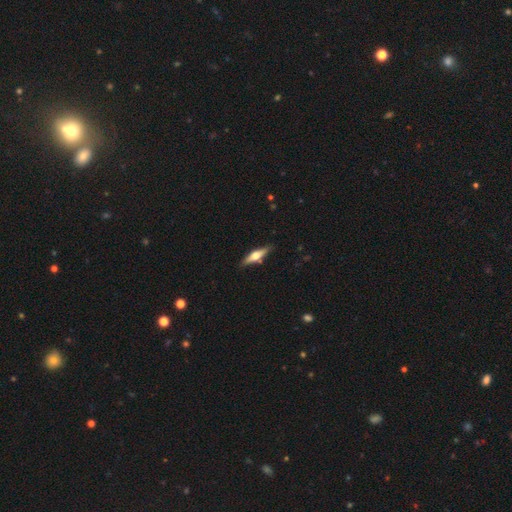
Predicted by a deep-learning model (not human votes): Overall: featured or disk (59%; smooth 35%). Edge-on disk: yes (95%). Edge-on bulge: rounded (92%). Merging: none (84%).